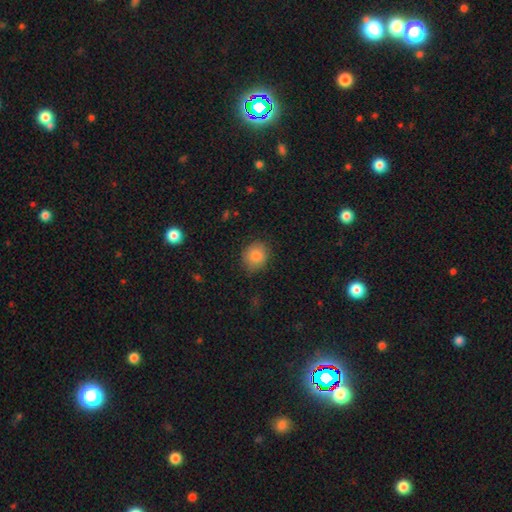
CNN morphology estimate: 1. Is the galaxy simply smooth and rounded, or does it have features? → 85% smooth, 9% star or artifact, 6% featured or disk.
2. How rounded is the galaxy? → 76% round, 23% in between, 1% cigar-shaped.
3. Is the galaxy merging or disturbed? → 84% none, 12% minor disturbance, 3% major disturbance, 1% merger.